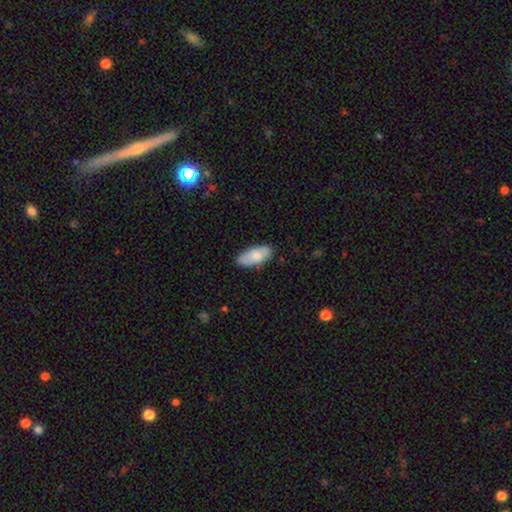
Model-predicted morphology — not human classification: smooth 78%, featured or disk 17%, star or artifact 6%. Down the decision tree: how rounded — in between (89%); merging — none (78%).